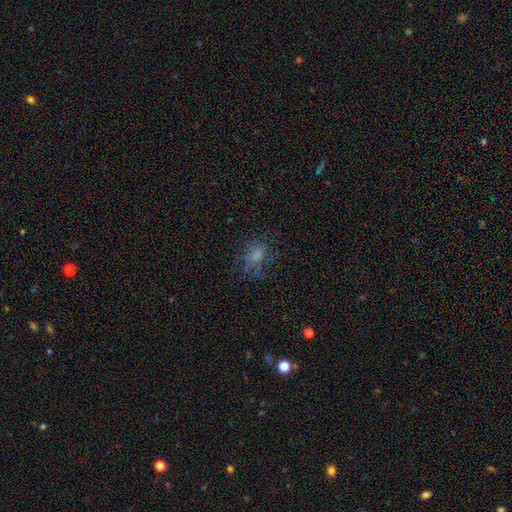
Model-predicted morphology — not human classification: This is possibly a smooth galaxy (56%). How rounded: likely in between (65%). Merging: possibly none (50%).